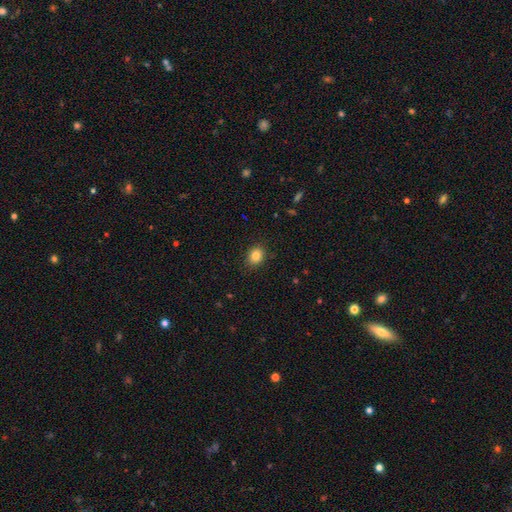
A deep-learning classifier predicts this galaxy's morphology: Q: Smooth or featured?
A: smooth (83%); runner-up: star or artifact (10%)
Q: How rounded?
A: in between (50%); runner-up: round (49%)
Q: Merging?
A: none (88%); runner-up: minor disturbance (9%)